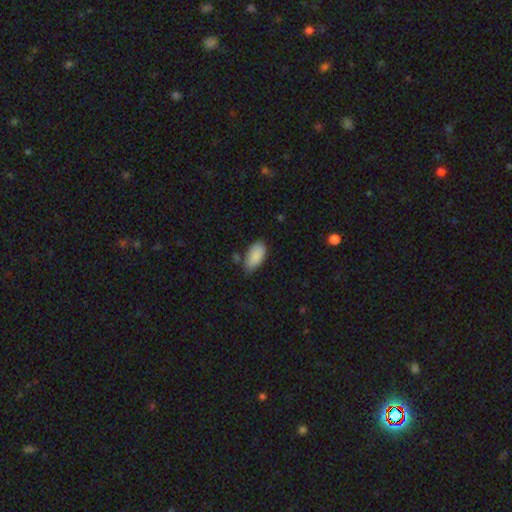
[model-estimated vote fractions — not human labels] smooth-or-featured: smooth: 88% | star or artifact: 6% | featured or disk: 5%
  how-rounded: in between: 94% | cigar-shaped: 3% | round: 2%
  merging: none: 62% | minor disturbance: 28% | major disturbance: 5% | merger: 4%